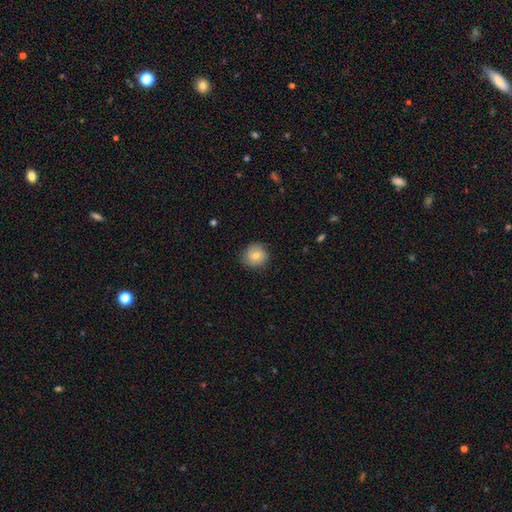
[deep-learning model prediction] Smooth or featured: smooth — 74% (featured or disk — 17%)
How rounded: round — 88% (in between — 11%)
Merging: none — 83% (minor disturbance — 13%)